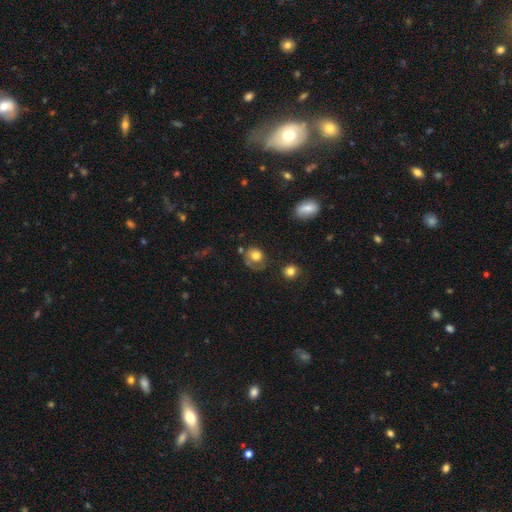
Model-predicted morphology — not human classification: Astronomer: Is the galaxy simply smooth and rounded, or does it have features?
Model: smooth — 73%.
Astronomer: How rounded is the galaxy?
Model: round — 70%.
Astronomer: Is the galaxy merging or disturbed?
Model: none — 48% (runner-up: minor disturbance, 28%).